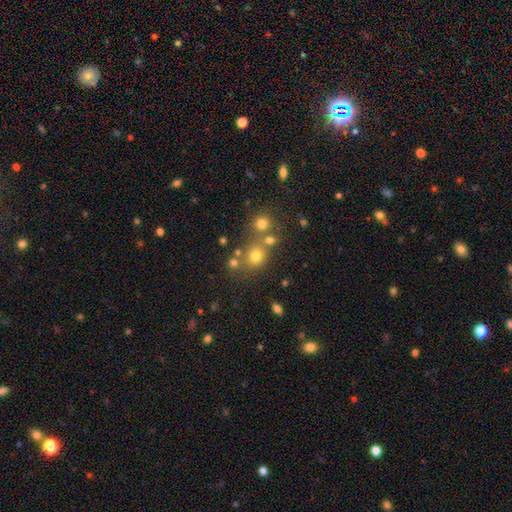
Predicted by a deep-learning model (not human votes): smooth_or_featured: smooth (p=0.69) [alt: star or artifact p=0.19]
how_rounded: round (p=0.74) [alt: in between p=0.24]
merging: none (p=0.58) [alt: merger p=0.26]